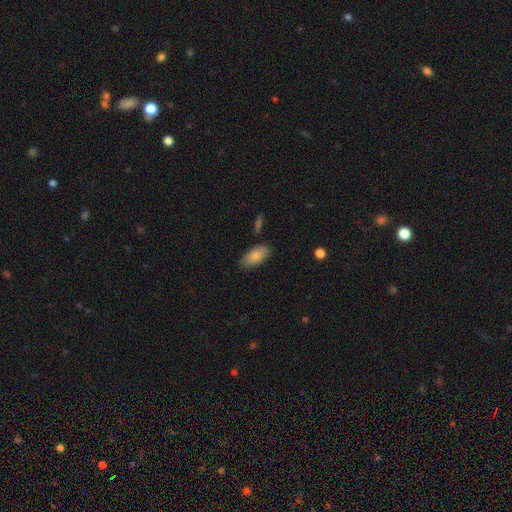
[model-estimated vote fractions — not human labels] Smooth or featured? Predicted: smooth (p=0.84). How rounded? Predicted: in between (p=0.92). Merging? Predicted: none (p=0.80).